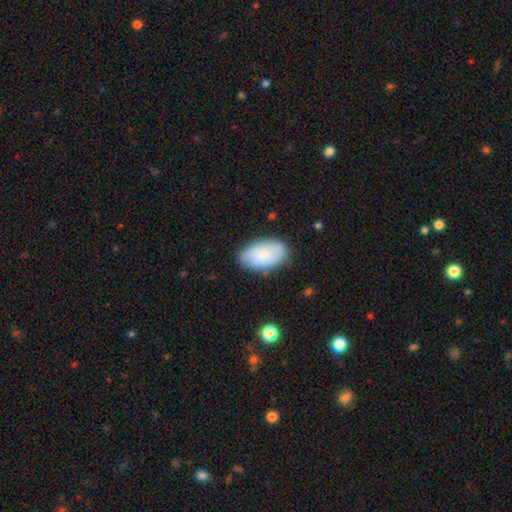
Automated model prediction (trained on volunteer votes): This appears to be a smooth galaxy with no disk features (73%) that is in between round and cigar-shaped (93%). Merging: none (75%).